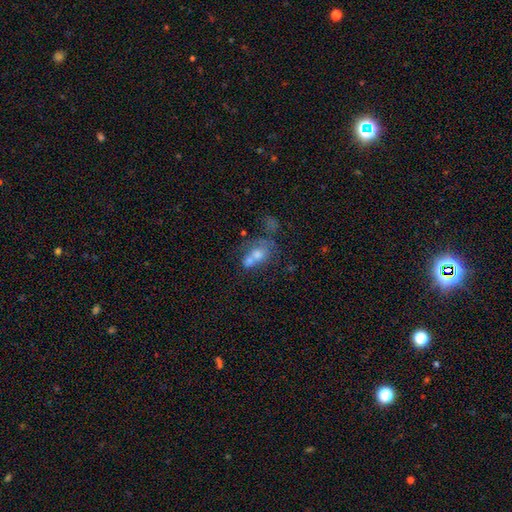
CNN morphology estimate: Smooth or featured?
  - smooth: 62% *
  - featured or disk: 25%
  - star or artifact: 12%
How rounded?
  - in between: 59% *
  - round: 39%
  - cigar-shaped: 2%
Merging?
  - merger: 60% *
  - none: 21%
  - minor disturbance: 10%
  - major disturbance: 10%